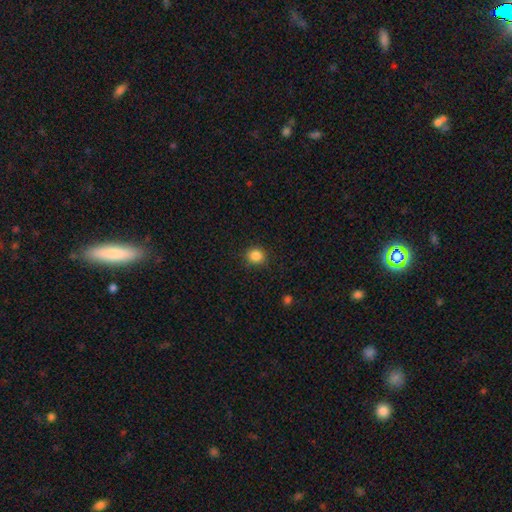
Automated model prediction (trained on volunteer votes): Overall: smooth (86%). How rounded: round (87%). Merging: none (90%).